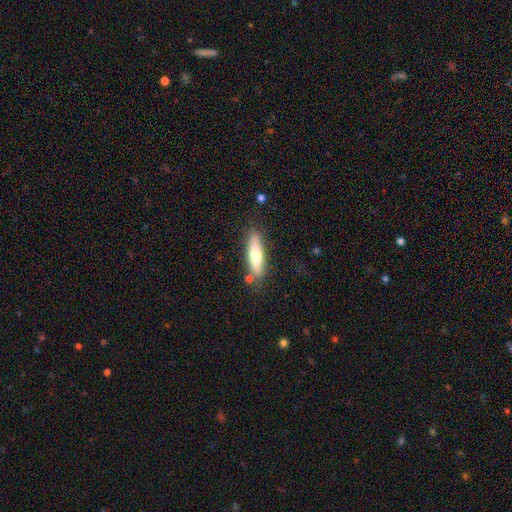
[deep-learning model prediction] A smooth galaxy with no disk features (64%) that is cigar-shaped (68%).

Vote fractions:
- Smooth or featured? smooth: 64% / featured or disk: 30% / star or artifact: 6%
- How rounded? cigar-shaped: 68% / in between: 31% / round: 2%
- Merging? none: 80% / minor disturbance: 12% / merger: 5% / major disturbance: 3%